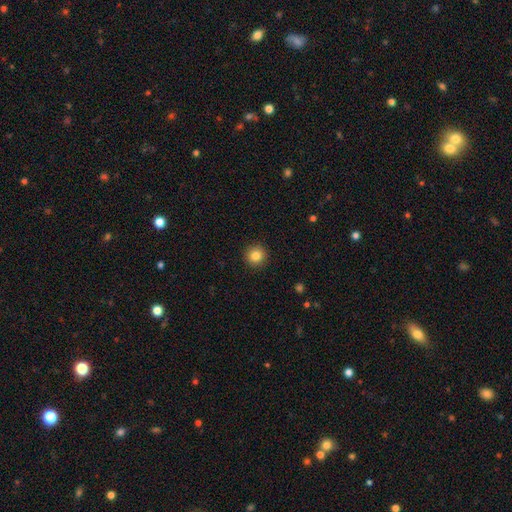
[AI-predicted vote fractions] Overall: smooth (83%). How rounded: round (95%). Merging: none (92%).